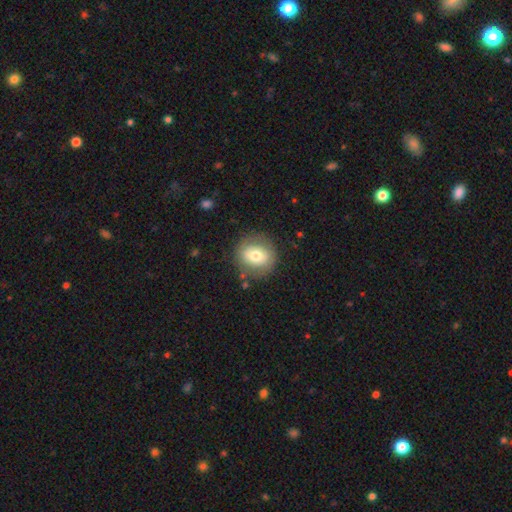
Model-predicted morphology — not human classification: smooth-or-featured: smooth: 67% | featured or disk: 24% | star or artifact: 8%
  how-rounded: round: 80% | in between: 19% | cigar-shaped: 1%
  merging: none: 82% | minor disturbance: 11% | major disturbance: 5% | merger: 2%